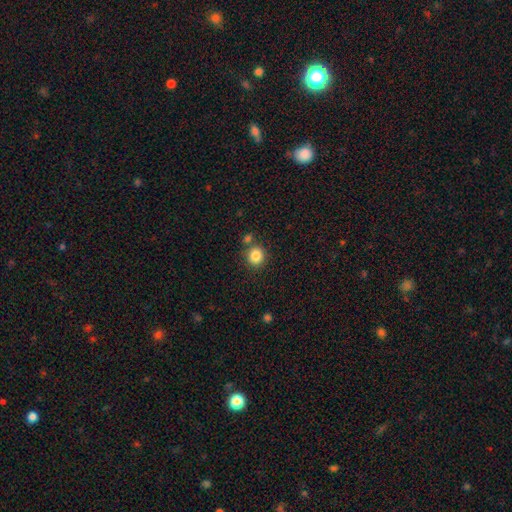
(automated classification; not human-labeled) Overall: smooth (85%). How rounded: round (85%). Merging: none (78%).